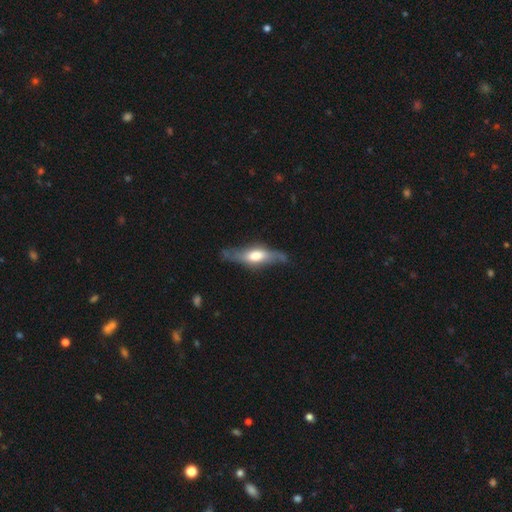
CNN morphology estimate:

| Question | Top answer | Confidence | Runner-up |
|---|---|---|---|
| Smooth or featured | featured or disk | 57% | smooth (38%) |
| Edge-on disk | yes | 73% | no (27%) |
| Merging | none | 67% | minor disturbance (23%) |